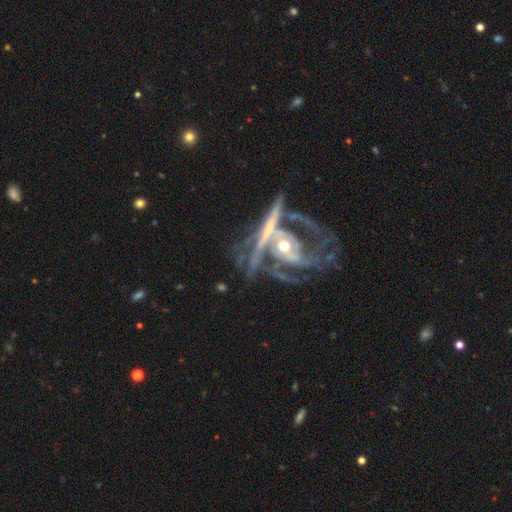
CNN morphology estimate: Overall: featured or disk (85%). Edge-on disk: no (81%). Bar: no (59%; weak 23%). Spiral arms: yes (85%). Spiral arm count: can't tell (31%; 2 30%). Spiral winding: medium (40%, tied with tight). Bulge size: moderate (52%; small 39%). Merging: merger (37%; none 29%).